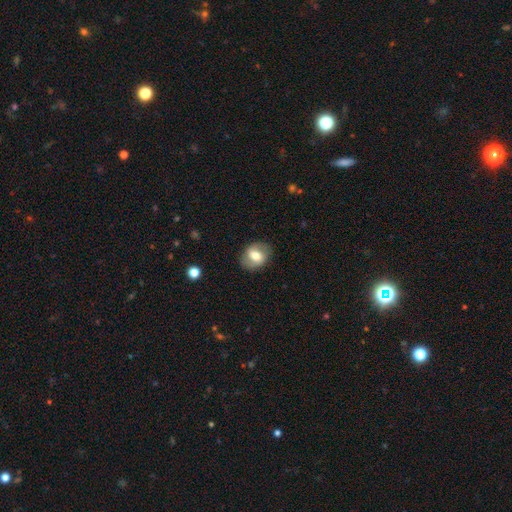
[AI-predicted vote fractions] Morphology: type=smooth (54%); roundness=in between (55%); merging=none (82%).